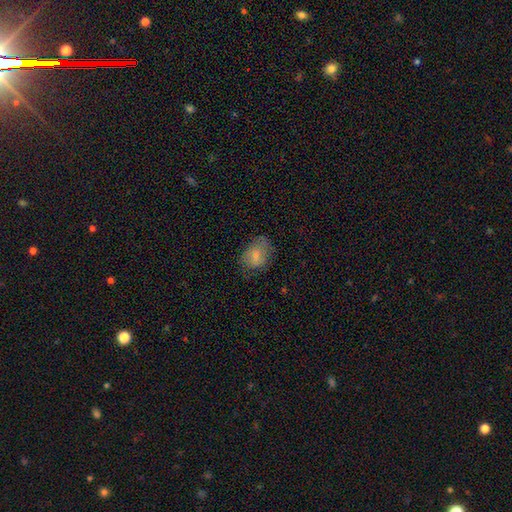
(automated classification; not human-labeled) This is likely a smooth galaxy (74%). How rounded: likely in between (70%). Merging: possibly none (59%).